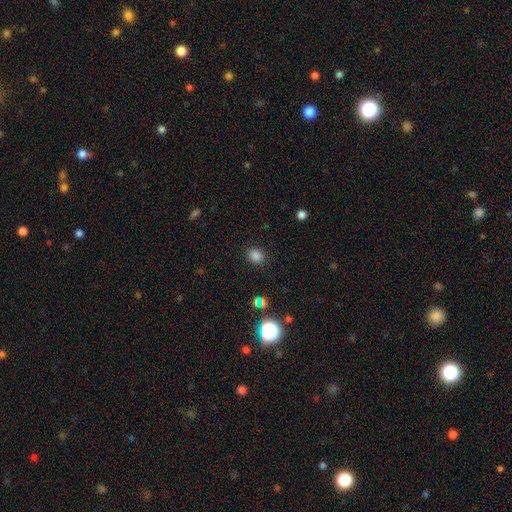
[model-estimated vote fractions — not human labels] This appears to be a smooth galaxy with no disk features (81%) that is round (72%). Merging: none (87%).